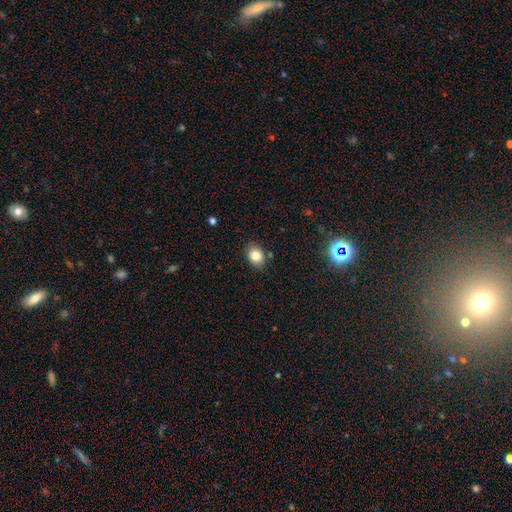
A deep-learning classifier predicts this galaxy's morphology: A smooth galaxy with no disk features (82%) that is in between round and cigar-shaped (66%). Merging: none (83%).